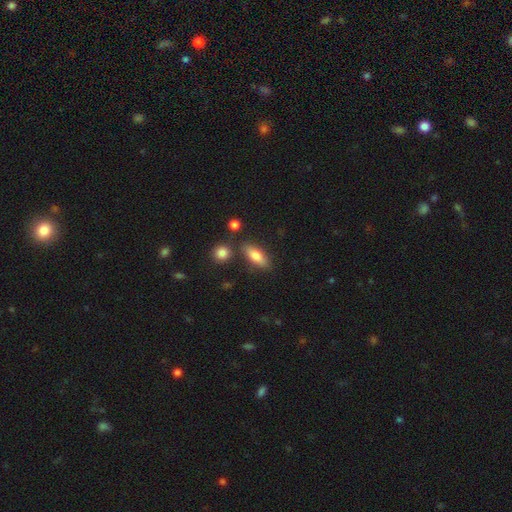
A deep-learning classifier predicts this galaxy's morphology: type=smooth (77%); roundness=in between (68%); merging=none (78%).